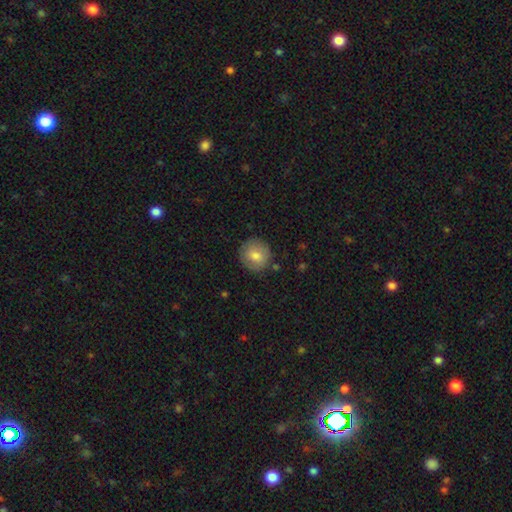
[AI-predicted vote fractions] Morphology: type=smooth (78%); roundness=round (92%); merging=none (86%).